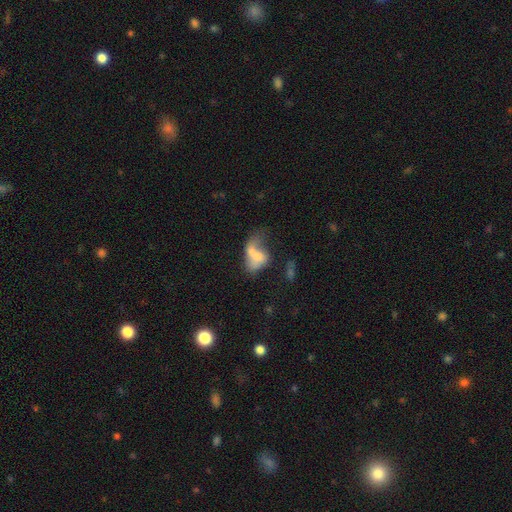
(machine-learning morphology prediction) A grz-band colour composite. It shows a smooth galaxy with no disk features (56%) that is in between round and cigar-shaped (80%). Merging: merger (56%).